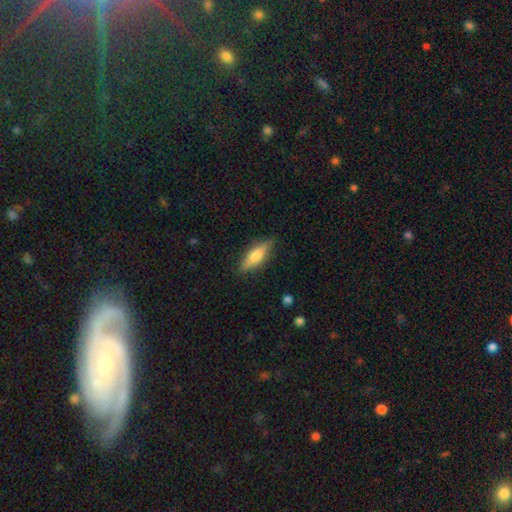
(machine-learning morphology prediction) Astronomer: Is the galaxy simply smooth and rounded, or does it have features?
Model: smooth — 56% (runner-up: featured or disk, 38%).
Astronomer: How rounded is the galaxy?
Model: cigar-shaped — 54% (runner-up: in between, 43%).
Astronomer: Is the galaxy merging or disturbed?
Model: none — 84%.